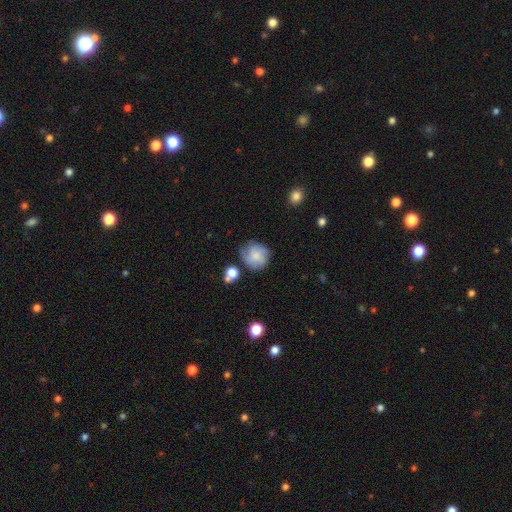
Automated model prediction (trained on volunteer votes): This is likely a smooth galaxy (62%). How rounded: clearly round (85%). Merging: likely none (67%).